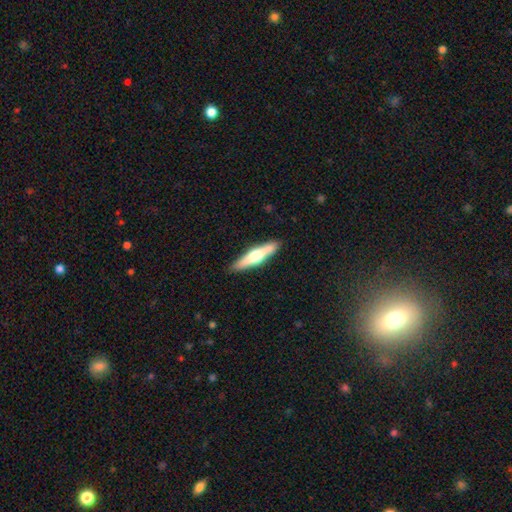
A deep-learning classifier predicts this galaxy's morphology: type=featured or disk (54%); edge-on=yes (94%); edge-on bulge=rounded (91%); merging=none (89%).